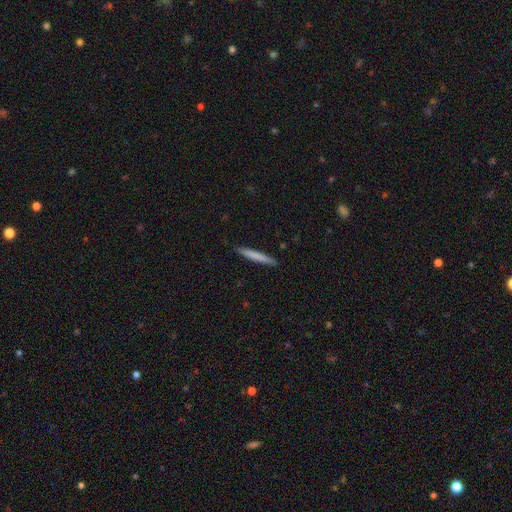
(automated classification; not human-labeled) This appears to be a smooth galaxy with no disk features (73%) that is cigar-shaped (96%). Merging: none (91%).